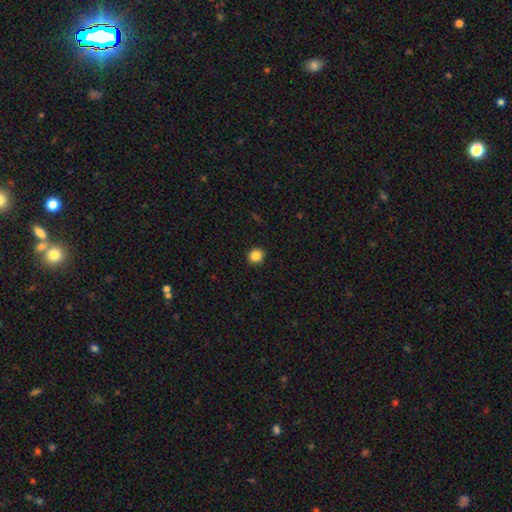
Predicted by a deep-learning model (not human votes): Q: Smooth or featured?
A: smooth (86%); runner-up: star or artifact (11%)
Q: How rounded?
A: round (88%); runner-up: in between (11%)
Q: Merging?
A: none (92%); runner-up: minor disturbance (5%)